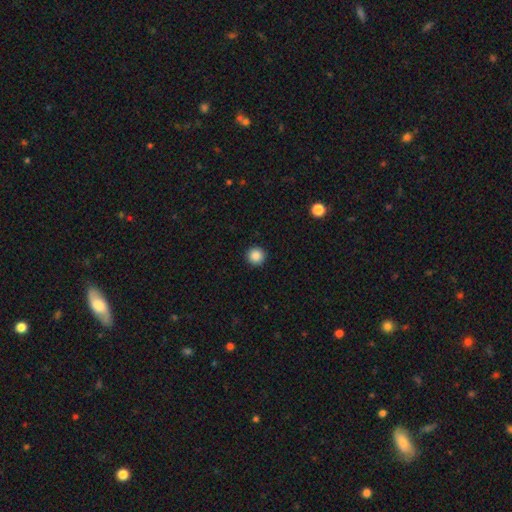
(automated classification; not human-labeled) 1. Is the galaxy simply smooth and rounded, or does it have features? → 87% smooth, 10% star or artifact, 3% featured or disk.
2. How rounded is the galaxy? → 96% round, 3% in between, 1% cigar-shaped.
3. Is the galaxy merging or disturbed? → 93% none, 4% minor disturbance, 2% major disturbance, 1% merger.